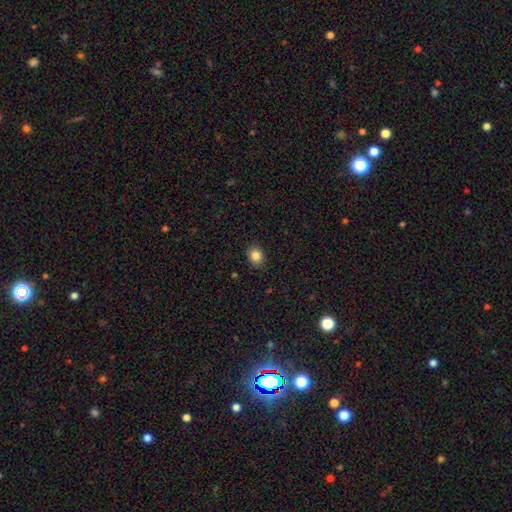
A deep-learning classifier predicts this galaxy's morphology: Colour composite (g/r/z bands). It shows a smooth galaxy with no disk features (84%) that is in between round and cigar-shaped (51%). Merging: none (88%).